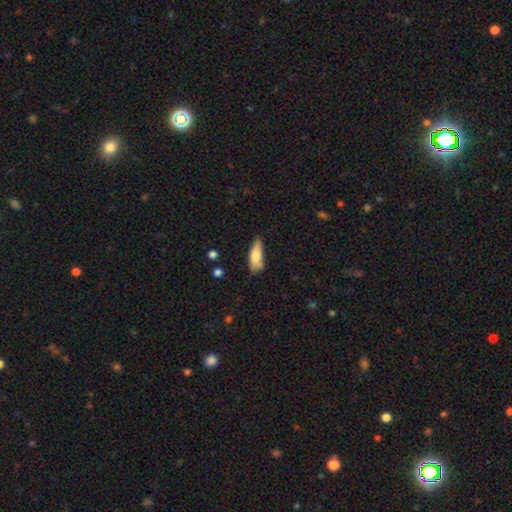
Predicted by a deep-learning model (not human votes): smooth-or-featured: smooth: 76% | featured or disk: 18% | star or artifact: 7%
  how-rounded: in between: 63% | cigar-shaped: 35% | round: 2%
  merging: none: 59% | minor disturbance: 28% | merger: 7% | major disturbance: 7%